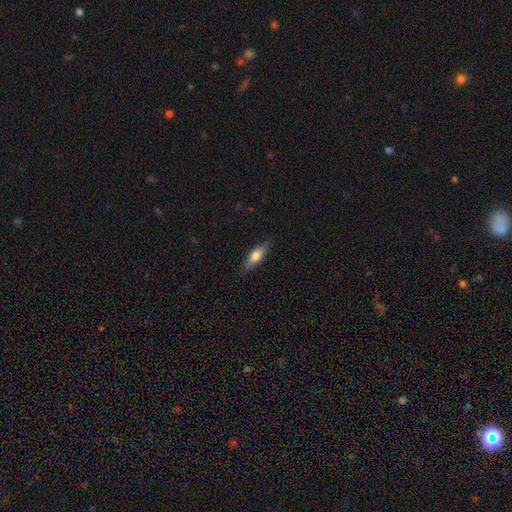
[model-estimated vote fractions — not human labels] This is likely a smooth galaxy (68%). How rounded: possibly in between (54%). Merging: clearly none (83%).